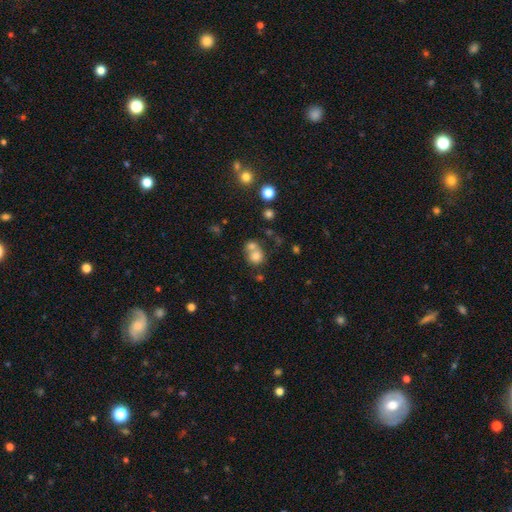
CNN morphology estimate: Smooth or featured?
  - smooth: 75% *
  - featured or disk: 13%
  - star or artifact: 12%
How rounded?
  - round: 79% *
  - in between: 20%
  - cigar-shaped: 1%
Merging?
  - merger: 54% *
  - none: 35%
  - minor disturbance: 7%
  - major disturbance: 4%